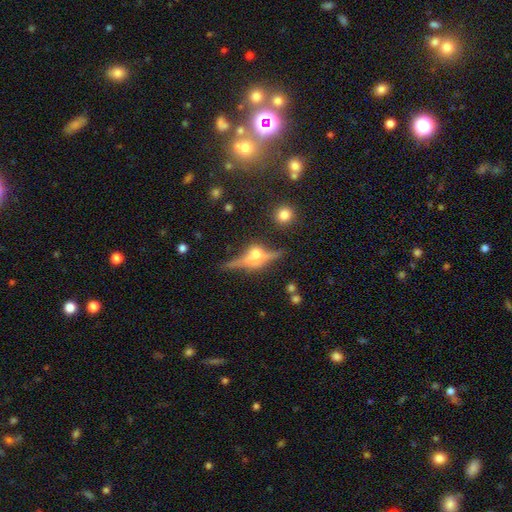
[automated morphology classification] smooth-or-featured: featured or disk: 78% | smooth: 12% | star or artifact: 10%
  disk-edge-on: yes: 93% | no: 7%
    edge-on-bulge: rounded: 92% | boxy: 5% | none: 3%
  merging: none: 76% | minor disturbance: 14% | major disturbance: 5% | merger: 4%